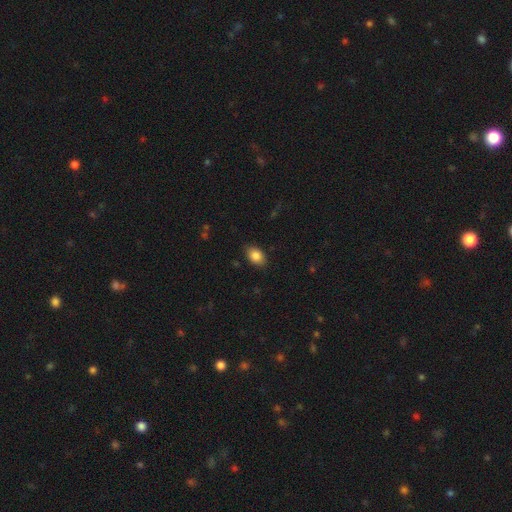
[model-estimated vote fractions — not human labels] smooth-or-featured: smooth: 86% | star or artifact: 8% | featured or disk: 6%
  how-rounded: in between: 84% | round: 15% | cigar-shaped: 1%
  merging: none: 85% | minor disturbance: 11% | major disturbance: 3% | merger: 1%